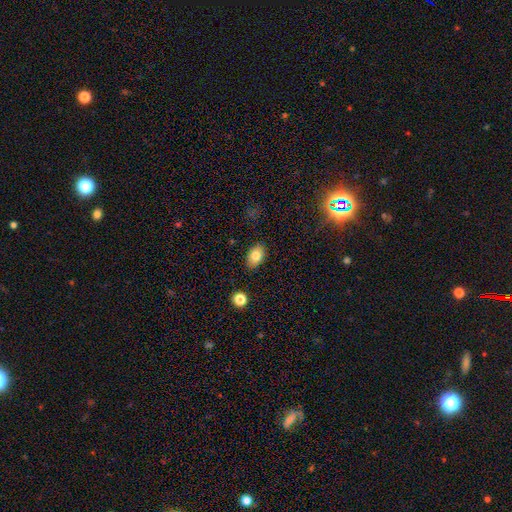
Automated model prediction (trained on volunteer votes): smooth_or_featured: smooth (p=0.81) [alt: featured or disk p=0.10]
how_rounded: in between (p=0.88) [alt: round p=0.11]
merging: none (p=0.86) [alt: minor disturbance p=0.10]